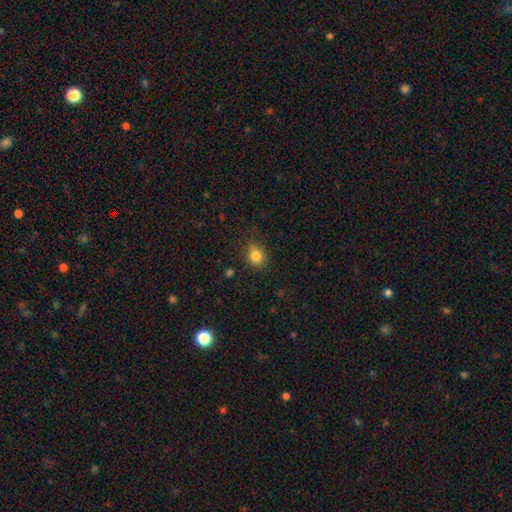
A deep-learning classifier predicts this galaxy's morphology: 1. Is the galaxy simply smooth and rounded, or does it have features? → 82% smooth, 11% star or artifact, 7% featured or disk.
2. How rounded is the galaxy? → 56% round, 43% in between, 1% cigar-shaped.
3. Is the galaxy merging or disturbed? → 78% none, 16% minor disturbance, 4% major disturbance, 1% merger.